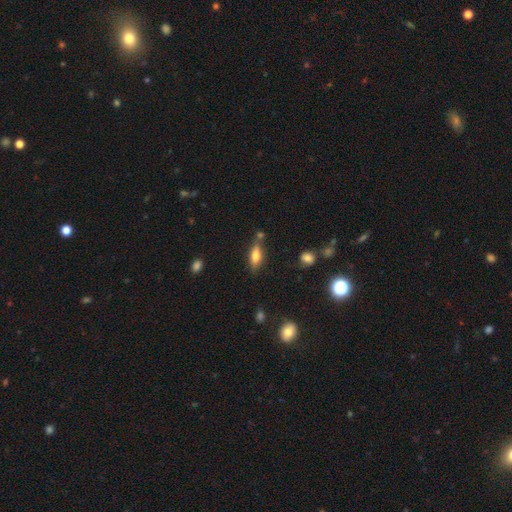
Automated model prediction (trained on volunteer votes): Smooth or featured? smooth (68%)
How rounded? in between (63%)
Merging? none (69%)